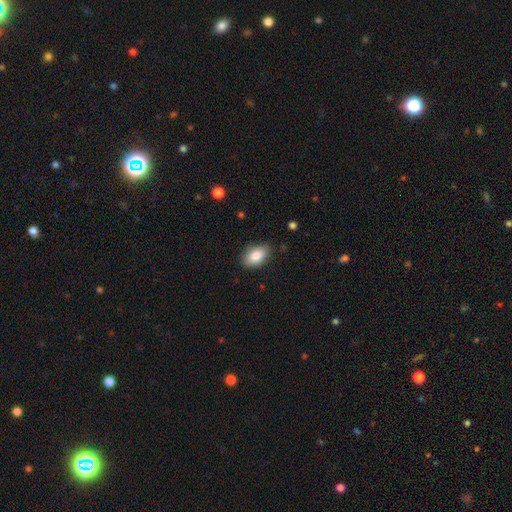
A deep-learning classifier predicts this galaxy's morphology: A smooth galaxy with no disk features (85%) that is in between round and cigar-shaped (91%). Merging: none (80%).